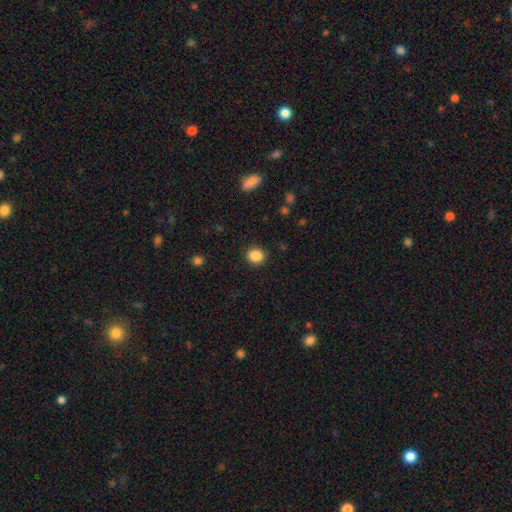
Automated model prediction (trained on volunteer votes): Smooth or featured? Predicted: smooth (p=0.87). How rounded? Predicted: round (p=0.82). Merging? Predicted: none (p=0.90).